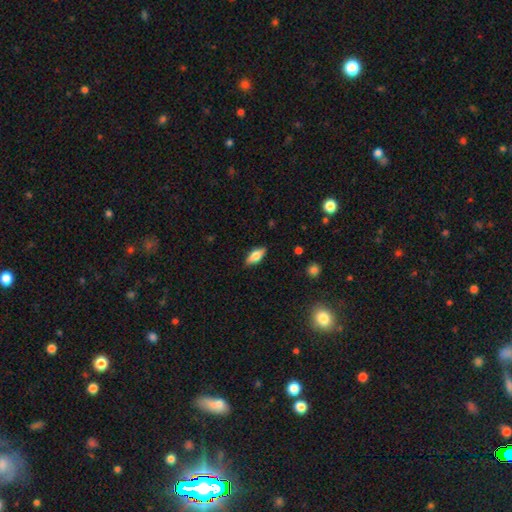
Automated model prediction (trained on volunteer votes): Q: Smooth or featured?
A: smooth (71%); runner-up: featured or disk (22%)
Q: How rounded?
A: in between (80%); runner-up: cigar-shaped (17%)
Q: Merging?
A: none (87%); runner-up: minor disturbance (10%)